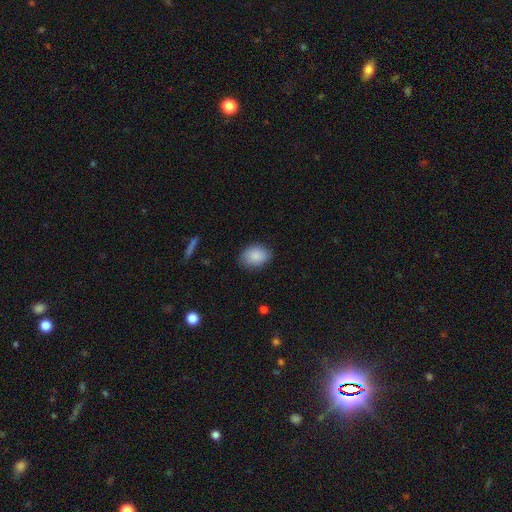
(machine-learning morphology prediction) smooth 88%, star or artifact 7%, featured or disk 5%. Down the decision tree: how rounded — in between (71%); merging — none (82%).